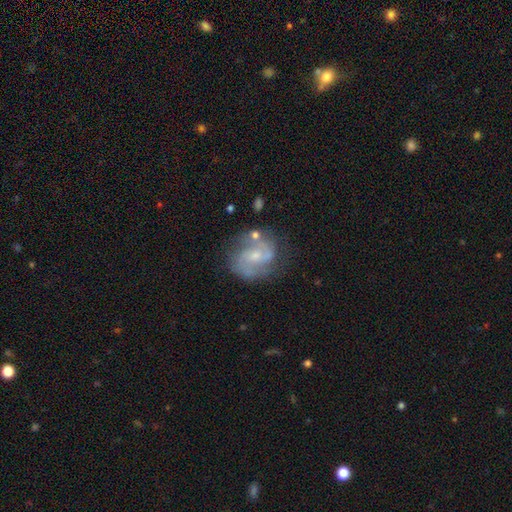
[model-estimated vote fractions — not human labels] Smooth or featured?
  - featured or disk: 80% *
  - smooth: 13%
  - star or artifact: 7%
Edge-on disk?
  - no: 98% *
  - yes: 2%
Bar?
  - no: 45% *
  - weak: 44%
  - strong: 10%
Spiral arms?
  - yes: 93% *
  - no: 7%
Spiral winding?
  - medium: 52% *
  - tight: 28%
  - loose: 20%
Spiral arm count?
  - 2: 80% *
  - can't tell: 9%
  - 3: 5%
  - 1: 2%
  - 4: 2%
  - more than 4: 1%
Bulge size?
  - small: 56% *
  - moderate: 38%
  - none: 4%
  - large: 2%
  - dominant: 1%
Merging?
  - none: 68% *
  - minor disturbance: 18%
  - major disturbance: 8%
  - merger: 6%